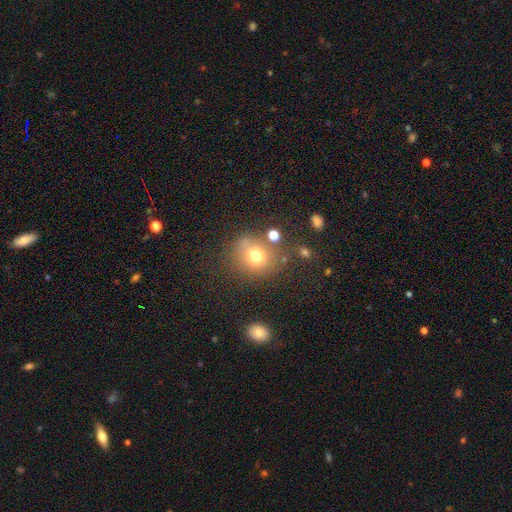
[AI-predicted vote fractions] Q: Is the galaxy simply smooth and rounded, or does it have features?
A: smooth — 72%.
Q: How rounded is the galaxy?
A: round — 81%.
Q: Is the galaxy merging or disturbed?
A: none — 70%.